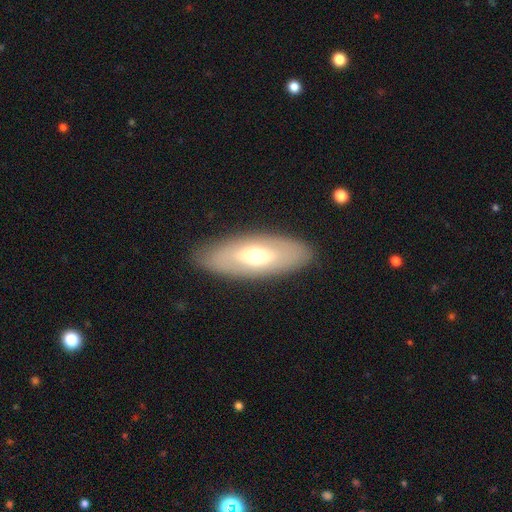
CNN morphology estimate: Smooth or featured?
  - smooth: 50% *
  - featured or disk: 44%
  - star or artifact: 6%
Merging?
  - none: 86% *
  - minor disturbance: 10%
  - major disturbance: 3%
  - merger: 1%